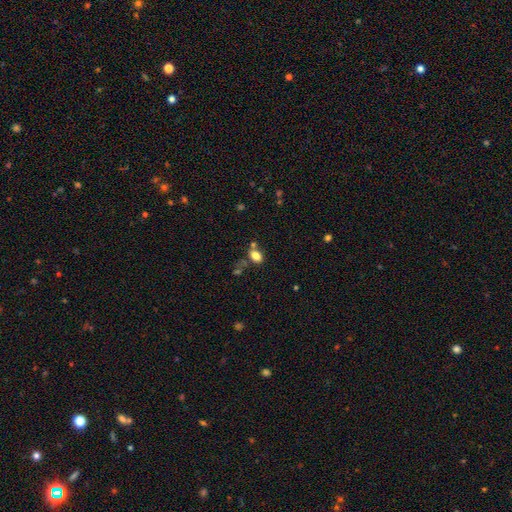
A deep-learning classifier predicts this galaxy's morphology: Smooth or featured: smooth — 80% (star or artifact — 12%)
How rounded: in between — 77% (round — 21%)
Merging: none — 58% (merger — 19%)